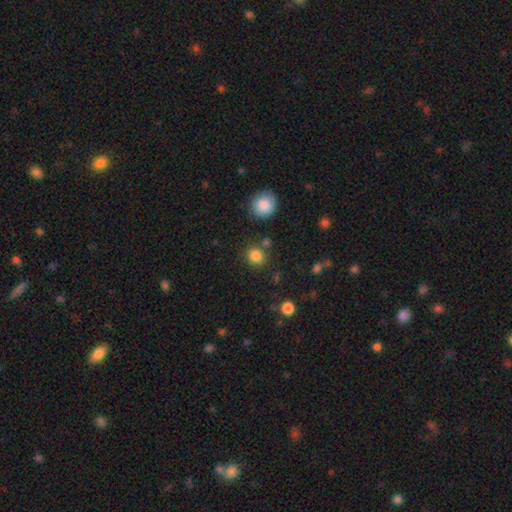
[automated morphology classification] This appears to be a smooth galaxy with no disk features (84%) that is round (90%). Merging: none (83%).